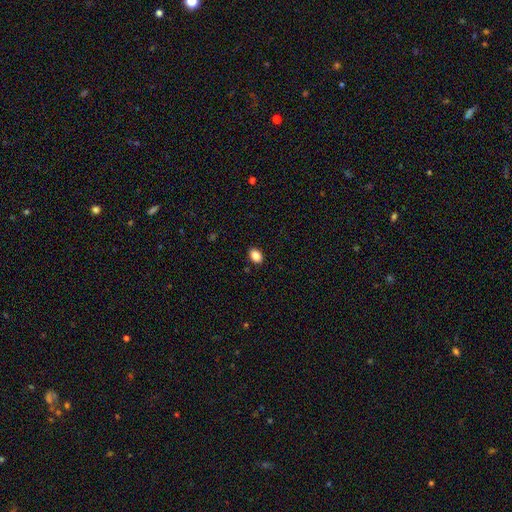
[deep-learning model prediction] Overall: smooth (87%). How rounded: in between (79%). Merging: none (89%).